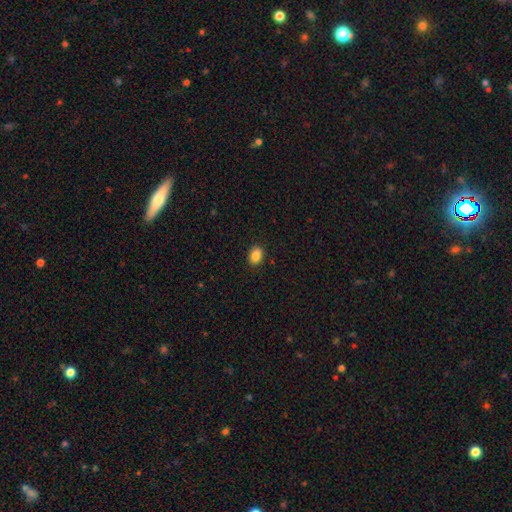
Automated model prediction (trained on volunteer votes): A smooth galaxy with no disk features (86%) that is in between round and cigar-shaped (69%).

Vote fractions:
- Smooth or featured? smooth: 86% / star or artifact: 9% / featured or disk: 5%
- How rounded? in between: 69% / round: 30% / cigar-shaped: 1%
- Merging? none: 90% / minor disturbance: 8% / major disturbance: 2% / merger: 1%